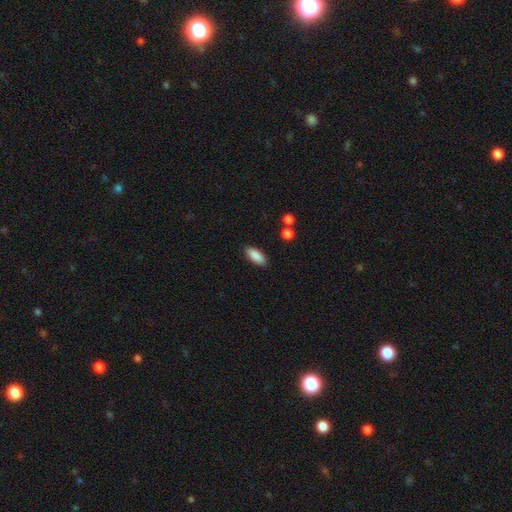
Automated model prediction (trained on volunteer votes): Smooth or featured? smooth (89%)
How rounded? in between (81%)
Merging? none (88%)